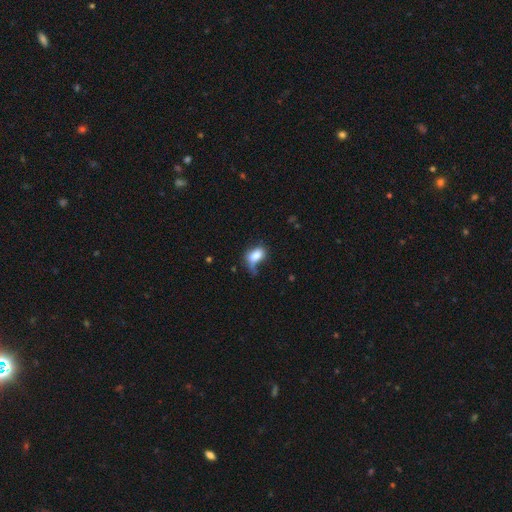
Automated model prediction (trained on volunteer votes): Smooth or featured? Predicted: smooth (p=0.80). How rounded? Predicted: in between (p=0.85). Merging? Predicted: none (p=0.36).